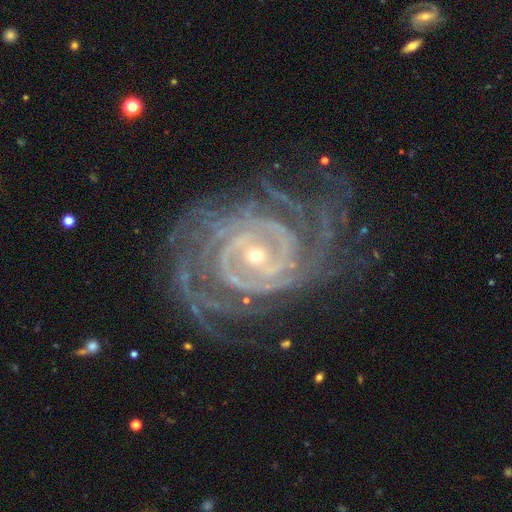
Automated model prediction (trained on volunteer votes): Smooth or featured: featured or disk — 92% (star or artifact — 5%)
Edge-on disk: no — 97% (yes — 3%)
Bar: no — 46% (weak — 32%)
Spiral arms: yes — 98% (no — 2%)
Spiral winding: tight — 80% (medium — 18%)
Spiral arm count: 2 — 21% (4 — 19%)
Bulge size: small — 72% (moderate — 25%)
Merging: none — 70% (minor disturbance — 18%)